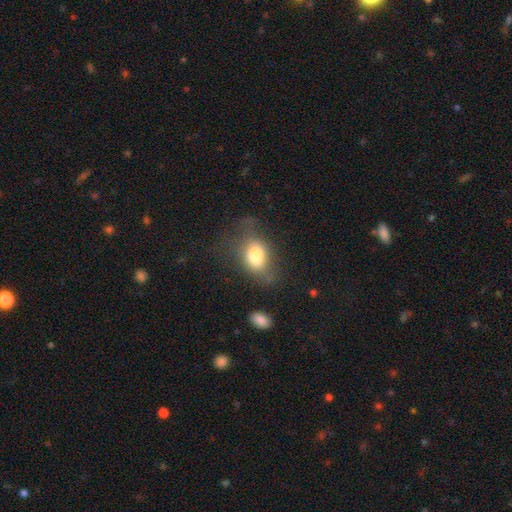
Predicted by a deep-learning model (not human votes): A smooth galaxy with no disk features (74%) that is in between round and cigar-shaped (73%). Merging: none (49%).